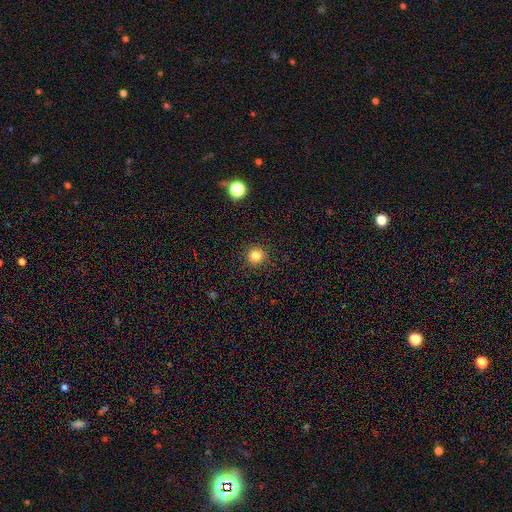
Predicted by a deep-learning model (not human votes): Smooth or featured? smooth (82%)
How rounded? round (94%)
Merging? none (91%)